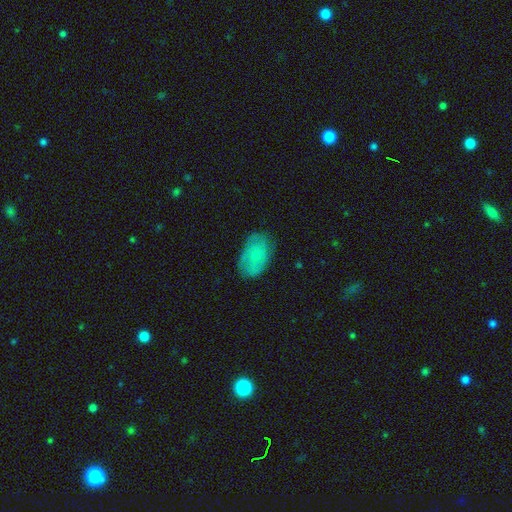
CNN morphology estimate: This is likely a smooth galaxy (64%). How rounded: clearly in between (87%). Merging: likely none (73%).